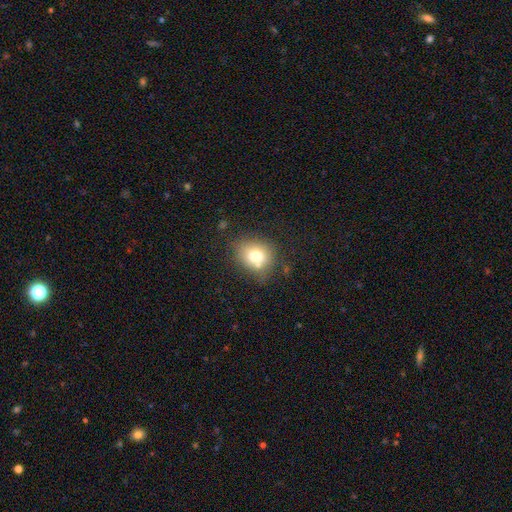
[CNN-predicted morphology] Smooth or featured: smooth — 75% (featured or disk — 14%)
How rounded: round — 62% (in between — 37%)
Merging: none — 60% (minor disturbance — 19%)